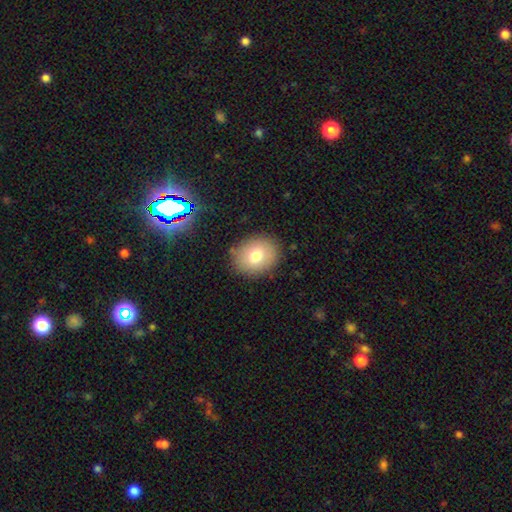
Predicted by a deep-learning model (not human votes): This is likely a smooth galaxy (76%). How rounded: possibly round (56%). Merging: clearly none (84%).